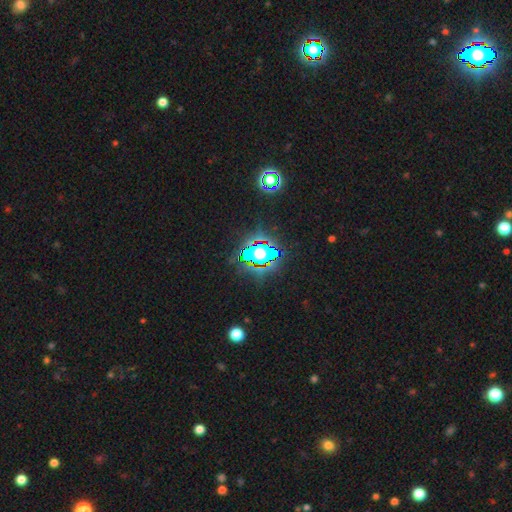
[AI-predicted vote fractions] star or artifact 81%, smooth 11%, featured or disk 8%.